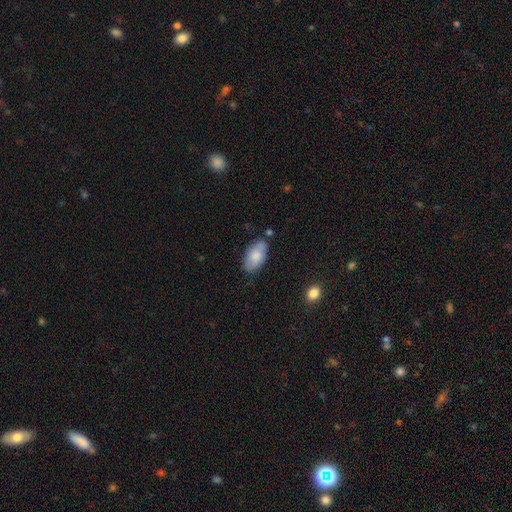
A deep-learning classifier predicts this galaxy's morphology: A smooth galaxy with no disk features (77%) that is in between round and cigar-shaped (95%). Merging: none (74%).